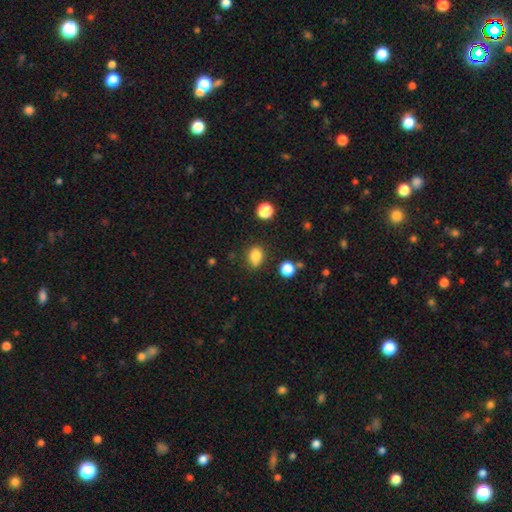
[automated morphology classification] smooth-or-featured: smooth: 83% | star or artifact: 12% | featured or disk: 5%
  how-rounded: in between: 50% | round: 49% | cigar-shaped: 1%
  merging: none: 72% | minor disturbance: 18% | merger: 5% | major disturbance: 5%